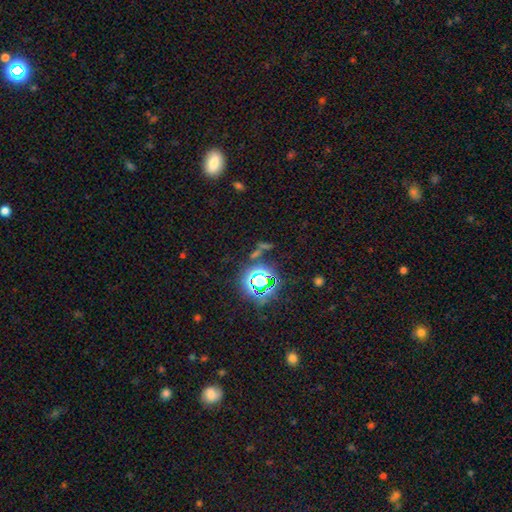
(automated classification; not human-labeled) Q: Smooth or featured?
A: star or artifact (71%); runner-up: smooth (20%)